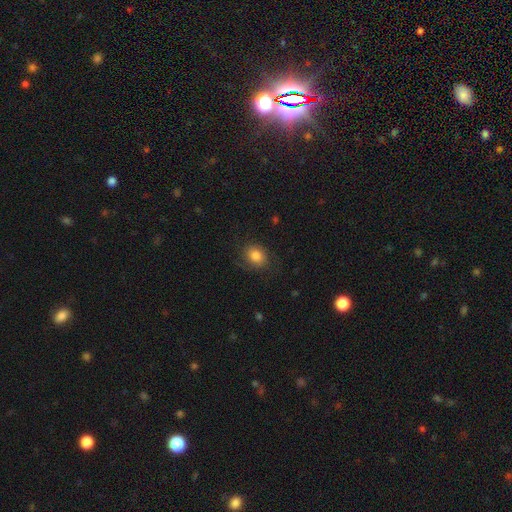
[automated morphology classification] Smooth or featured? smooth (73%)
How rounded? round (52%)
Merging? none (72%)